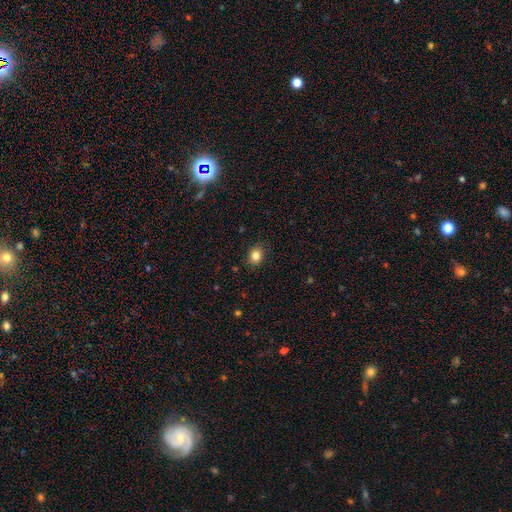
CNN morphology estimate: Smooth or featured? smooth (83%)
How rounded? round (59%)
Merging? none (86%)